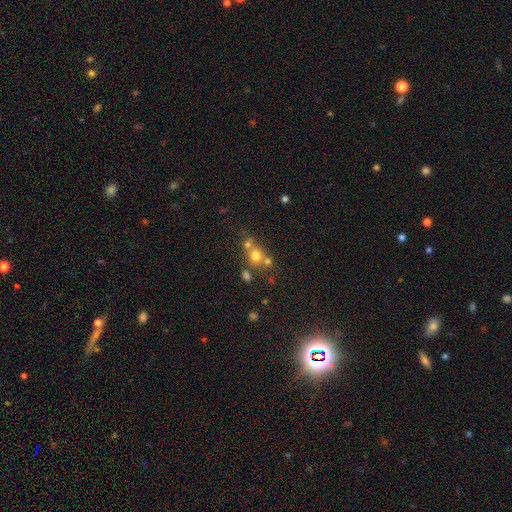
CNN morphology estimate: Smooth or featured? Predicted: smooth (p=0.68). How rounded? Predicted: round (p=0.83). Merging? Predicted: none (p=0.49).